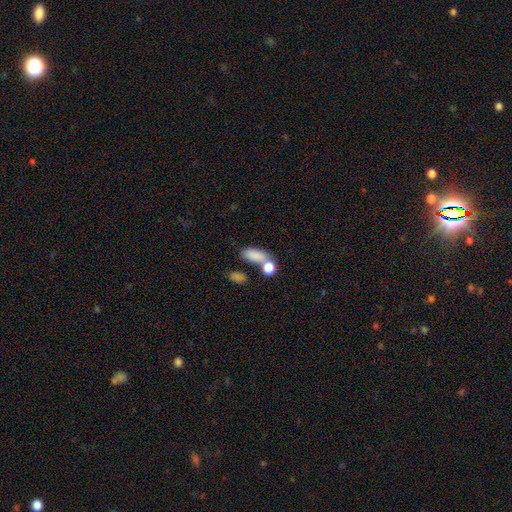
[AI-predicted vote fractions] Overall: smooth (83%). How rounded: in between (82%). Merging: none (54%; merger 27%).